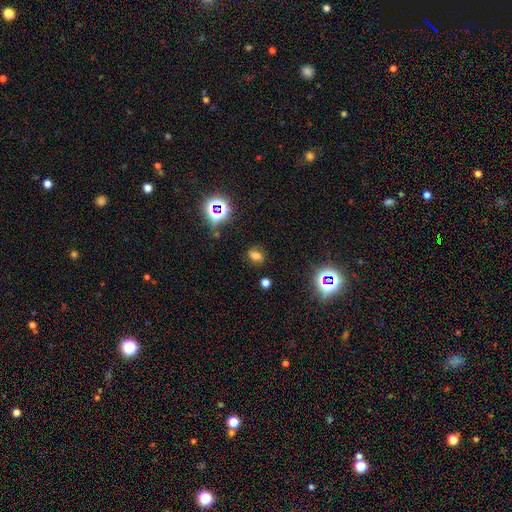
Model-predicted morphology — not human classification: Smooth or featured? Predicted: smooth (p=0.60). How rounded? Predicted: in between (p=0.68). Merging? Predicted: none (p=0.80).